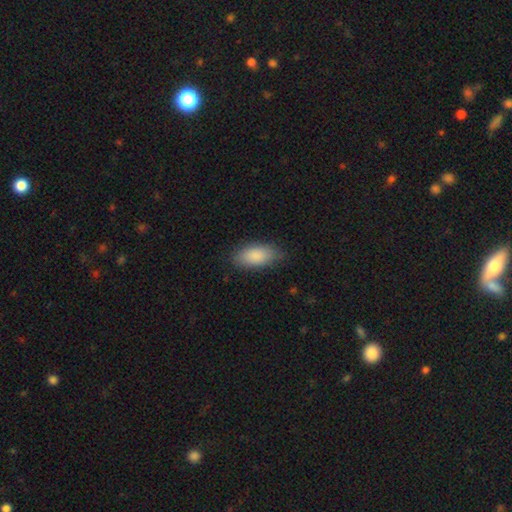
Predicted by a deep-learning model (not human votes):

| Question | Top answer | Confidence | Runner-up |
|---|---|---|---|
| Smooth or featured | smooth | 88% | star or artifact (6%) |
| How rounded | in between | 91% | cigar-shaped (7%) |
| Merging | none | 81% | minor disturbance (15%) |